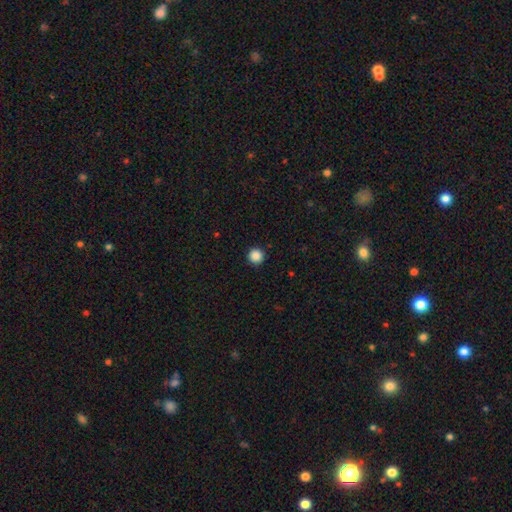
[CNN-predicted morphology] Smooth or featured: smooth — 87% (star or artifact — 10%)
How rounded: round — 97% (in between — 2%)
Merging: none — 93% (minor disturbance — 4%)